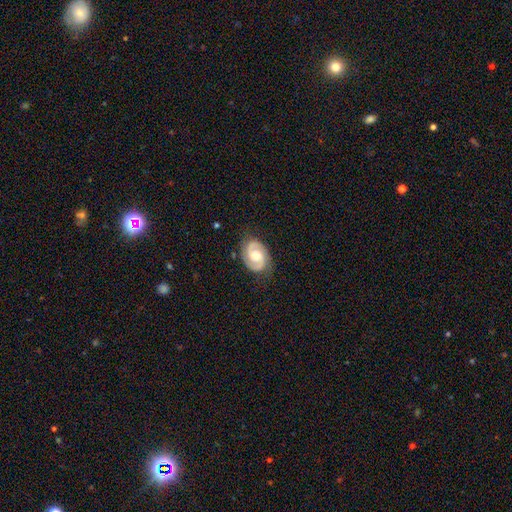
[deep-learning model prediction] Smooth or featured? Predicted: featured or disk (p=0.87). Edge-on disk? Predicted: no (p=0.98). Bar? Predicted: no (p=0.56). Spiral arms? Predicted: yes (p=0.97). Spiral winding? Predicted: tight (p=0.46). Spiral arm count? Predicted: 2 (p=0.93). Bulge size? Predicted: moderate (p=0.65). Merging? Predicted: none (p=0.82).